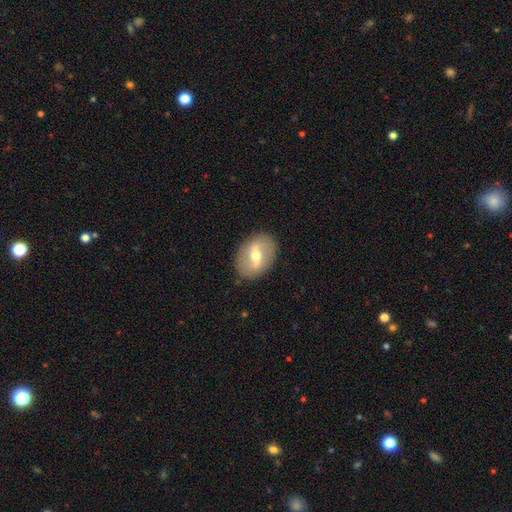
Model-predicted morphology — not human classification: type=featured or disk (60%); edge-on=no (90%); bar=strong (48%); spiral arms=no (62%); bulge=moderate (68%); merging=none (86%).